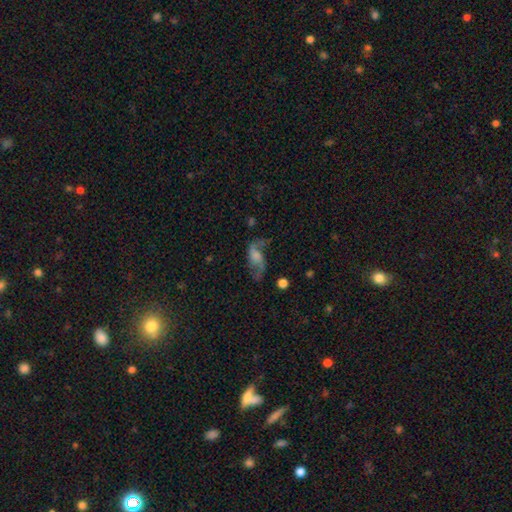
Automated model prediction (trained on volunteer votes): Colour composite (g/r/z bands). It shows a featured or disk galaxy (68%) with no bar (55%), 2 (87%) loose (81%) spiral arms (87%) and no central bulge (38%). Merging: none (51%).